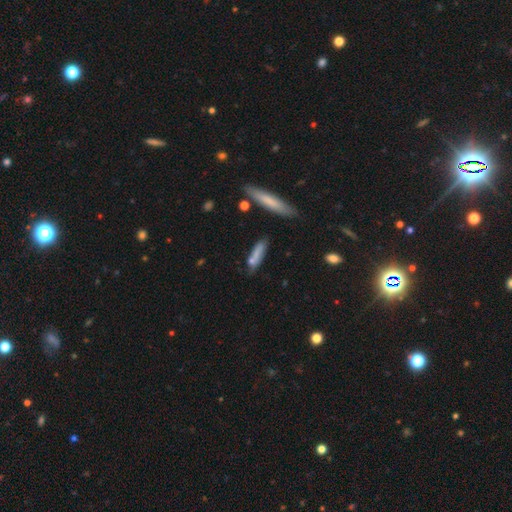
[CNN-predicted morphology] Smooth or featured? Predicted: smooth (p=0.72). How rounded? Predicted: cigar-shaped (p=0.70). Merging? Predicted: none (p=0.60).